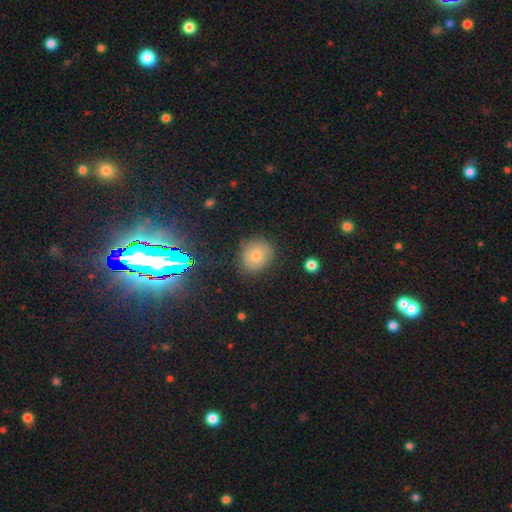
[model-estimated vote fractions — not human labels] Overall: smooth (74%). How rounded: round (77%). Merging: none (78%).